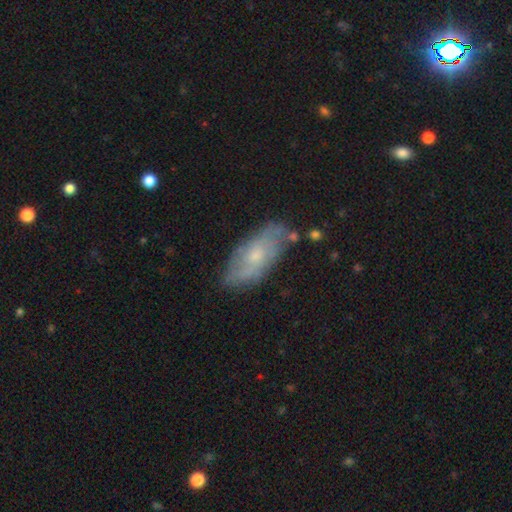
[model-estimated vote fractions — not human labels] This appears to be a featured or disk galaxy (56%). Merging: none (71%).